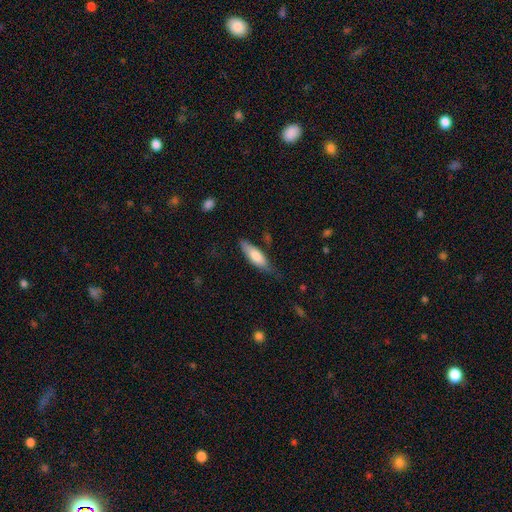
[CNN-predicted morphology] Smooth or featured? Predicted: smooth (p=0.73). How rounded? Predicted: in between (p=0.50). Merging? Predicted: none (p=0.66).